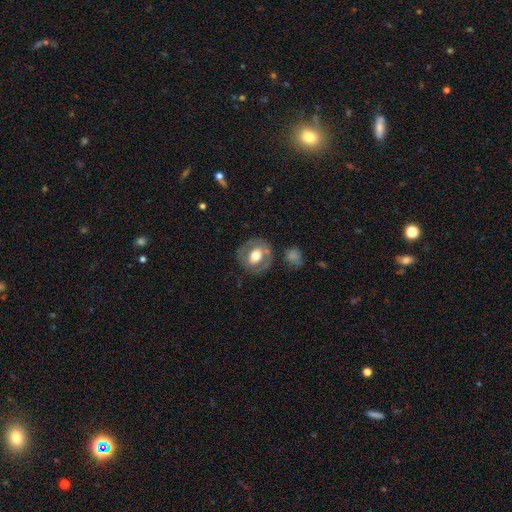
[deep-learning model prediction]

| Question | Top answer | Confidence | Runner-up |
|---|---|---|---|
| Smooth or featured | featured or disk | 47% | smooth (46%) |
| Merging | none | 76% | minor disturbance (13%) |